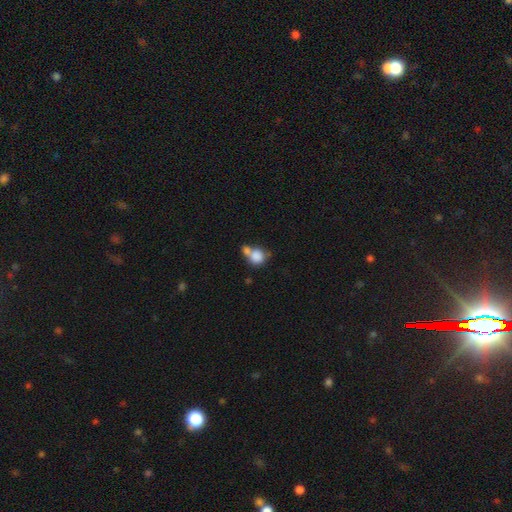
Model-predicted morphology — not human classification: Q: Smooth or featured?
A: smooth (81%); runner-up: featured or disk (10%)
Q: How rounded?
A: round (76%); runner-up: in between (22%)
Q: Merging?
A: merger (54%); runner-up: none (30%)